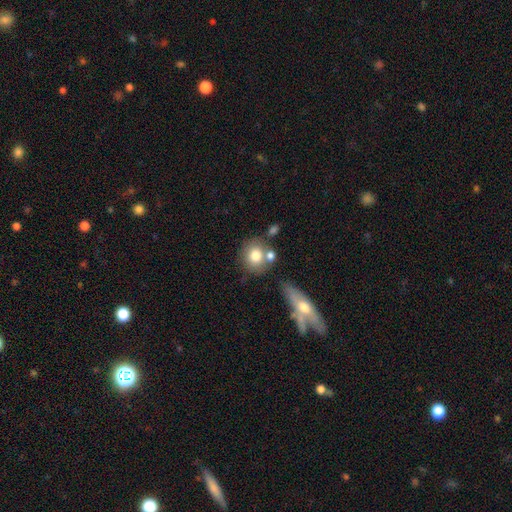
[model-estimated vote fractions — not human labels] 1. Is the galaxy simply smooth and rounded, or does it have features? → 77% smooth, 15% featured or disk, 8% star or artifact.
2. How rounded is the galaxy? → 80% round, 19% in between, 2% cigar-shaped.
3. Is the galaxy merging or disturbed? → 58% none, 25% merger, 12% minor disturbance, 5% major disturbance.